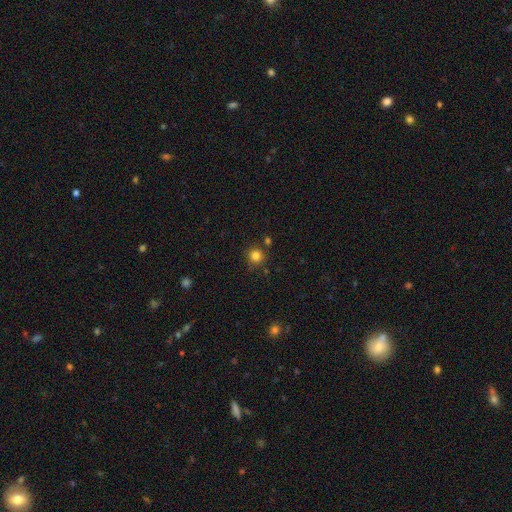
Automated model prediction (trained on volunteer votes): smooth-or-featured: smooth: 82% | star or artifact: 13% | featured or disk: 5%
  how-rounded: round: 93% | in between: 6% | cigar-shaped: 1%
  merging: none: 83% | minor disturbance: 9% | merger: 5% | major disturbance: 3%